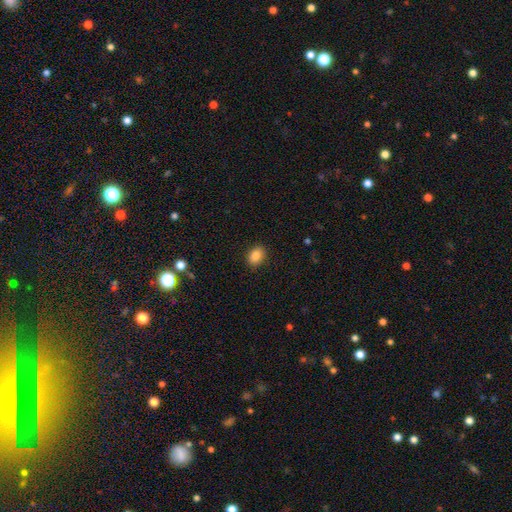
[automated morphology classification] Smooth or featured: smooth — 86% (star or artifact — 9%)
How rounded: in between — 74% (round — 25%)
Merging: none — 89% (minor disturbance — 8%)